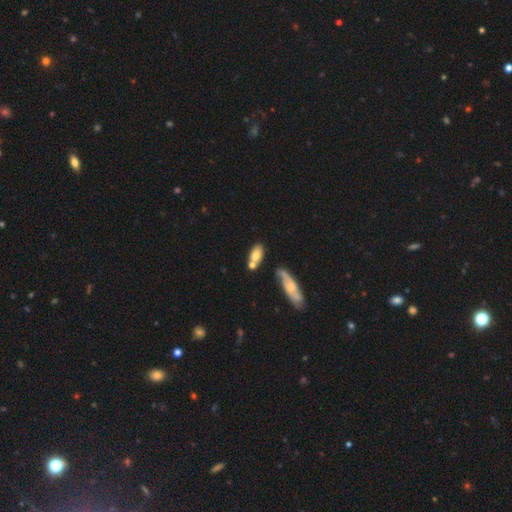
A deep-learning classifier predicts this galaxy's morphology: This is likely a smooth galaxy (71%). How rounded: clearly in between (84%). Merging: possibly none (49%).